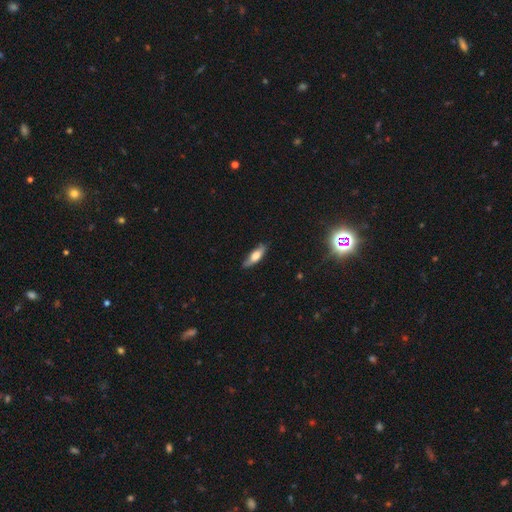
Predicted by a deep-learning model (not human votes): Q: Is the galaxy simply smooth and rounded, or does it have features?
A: smooth — 64%.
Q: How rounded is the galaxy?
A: cigar-shaped — 49%, tied with in between.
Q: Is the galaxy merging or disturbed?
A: none — 82%.